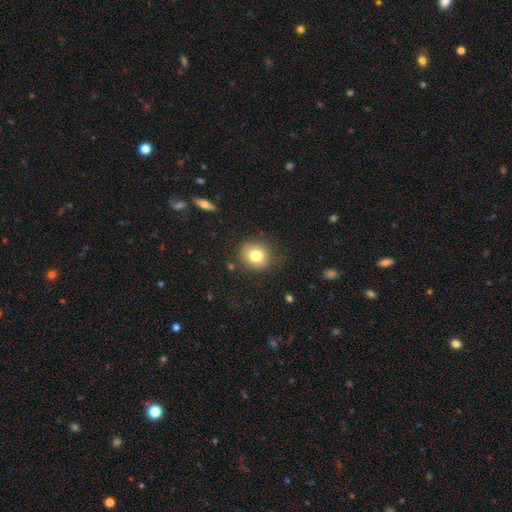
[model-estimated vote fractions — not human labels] smooth 78%, star or artifact 11%, featured or disk 11%. Down the decision tree: how rounded — round (81%); merging — none (84%).